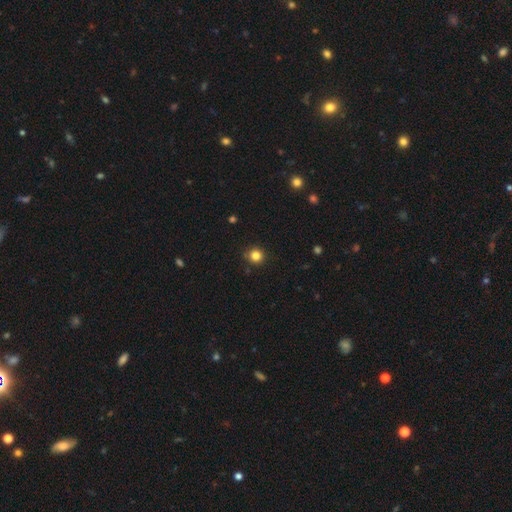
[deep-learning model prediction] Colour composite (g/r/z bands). It shows a smooth galaxy with no disk features (83%) that is round (93%). Merging: none (90%).